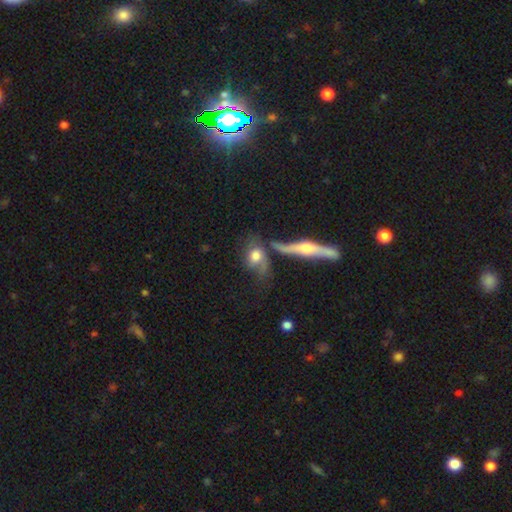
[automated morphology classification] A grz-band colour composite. It shows a smooth galaxy with no disk features (51%) that is in between round and cigar-shaped (62%). Merging: none (35%).